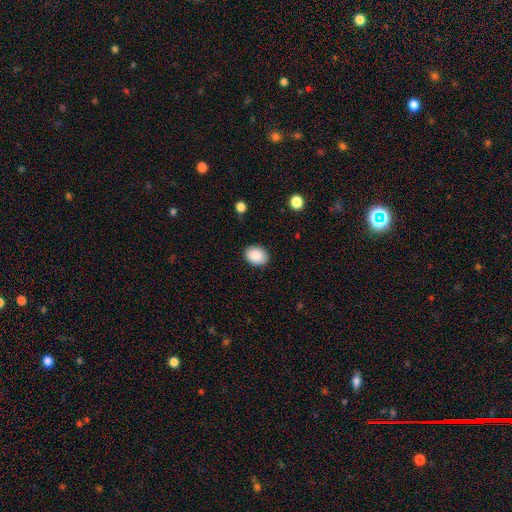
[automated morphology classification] smooth-or-featured: smooth: 88% | star or artifact: 7% | featured or disk: 4%
  how-rounded: in between: 66% | round: 33% | cigar-shaped: 1%
  merging: none: 87% | minor disturbance: 9% | major disturbance: 2% | merger: 1%